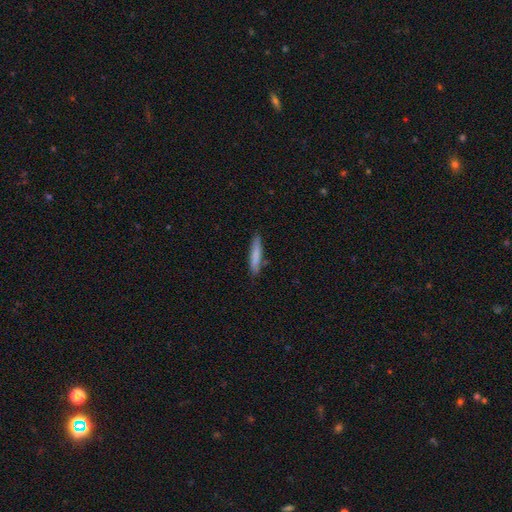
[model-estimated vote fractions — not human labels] smooth-or-featured: smooth: 80% | featured or disk: 14% | star or artifact: 6%
  how-rounded: cigar-shaped: 87% | in between: 11% | round: 1%
  merging: none: 83% | minor disturbance: 13% | merger: 2% | major disturbance: 2%